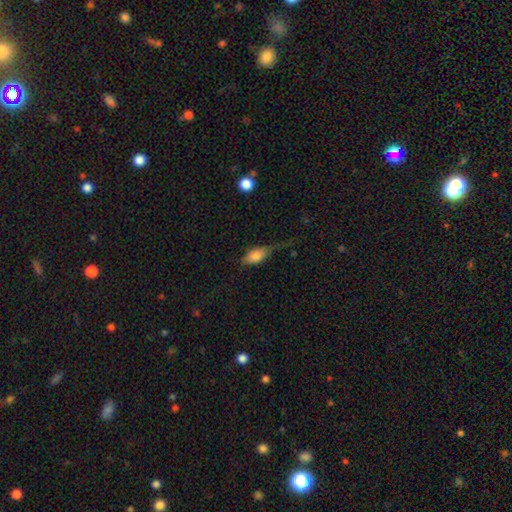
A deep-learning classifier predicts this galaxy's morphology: Overall: smooth (76%). How rounded: in between (85%). Merging: minor disturbance (32%, tied with none).